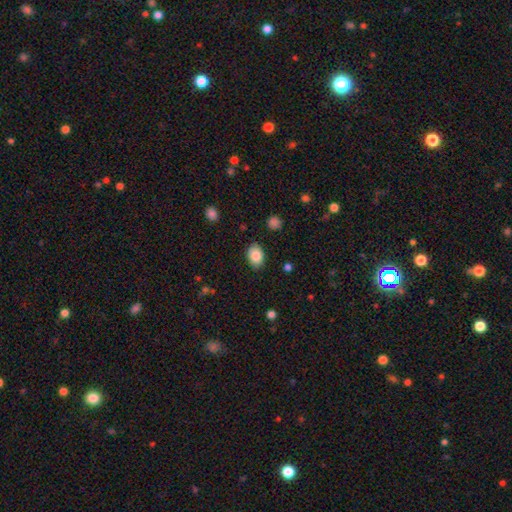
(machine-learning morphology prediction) Smooth or featured? smooth (84%)
How rounded? in between (79%)
Merging? none (84%)